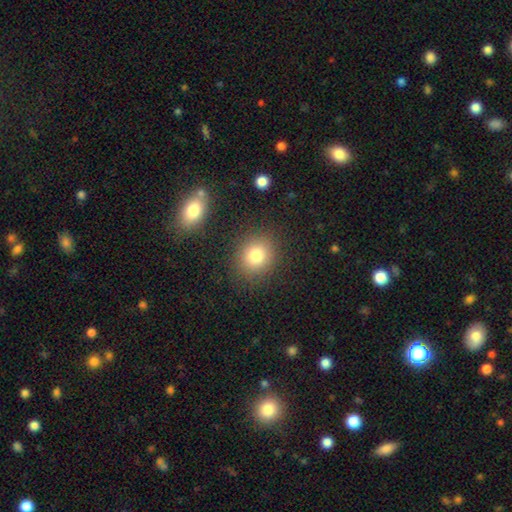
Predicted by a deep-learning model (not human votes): Smooth or featured? Predicted: smooth (p=0.79). How rounded? Predicted: round (p=0.77). Merging? Predicted: none (p=0.87).